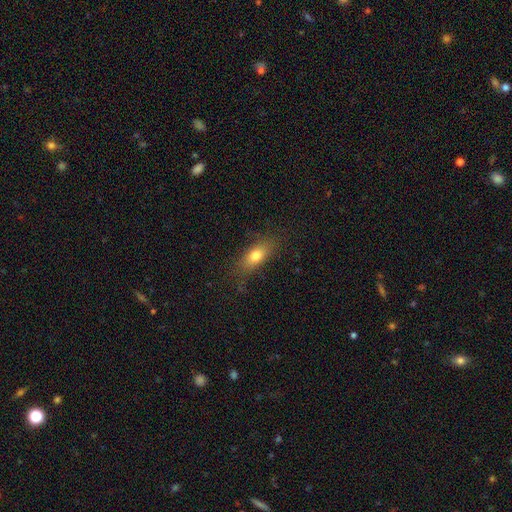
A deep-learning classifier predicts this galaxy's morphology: This is likely a smooth galaxy (75%). How rounded: likely in between (75%). Merging: likely none (77%).